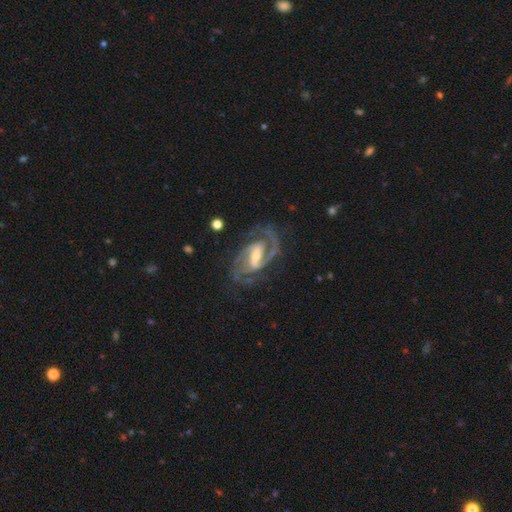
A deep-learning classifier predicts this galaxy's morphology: Smooth or featured? featured or disk (92%)
Edge-on disk? no (97%)
Bar? weak (44%)
Spiral arms? yes (98%)
Spiral winding? medium (54%)
Spiral arm count? 2 (73%)
Bulge size? moderate (47%)
Merging? none (72%)